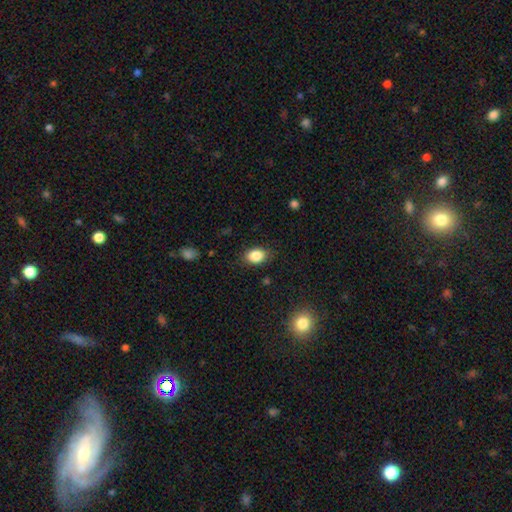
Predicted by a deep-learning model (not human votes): Overall: smooth (86%). How rounded: in between (79%). Merging: none (83%).